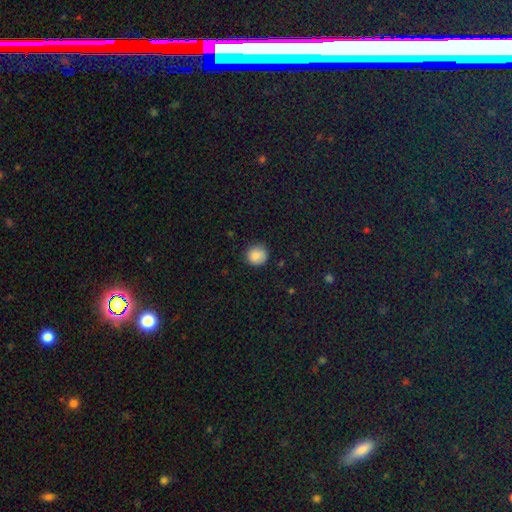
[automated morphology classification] smooth 84%, star or artifact 9%, featured or disk 6%. Down the decision tree: how rounded — round (91%); merging — none (85%).